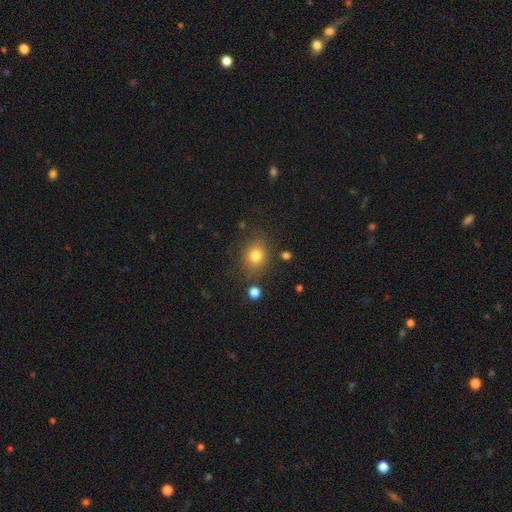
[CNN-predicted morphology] smooth-or-featured: smooth: 78% | star or artifact: 13% | featured or disk: 9%
  how-rounded: round: 65% | in between: 34% | cigar-shaped: 1%
  merging: none: 79% | minor disturbance: 13% | major disturbance: 4% | merger: 4%